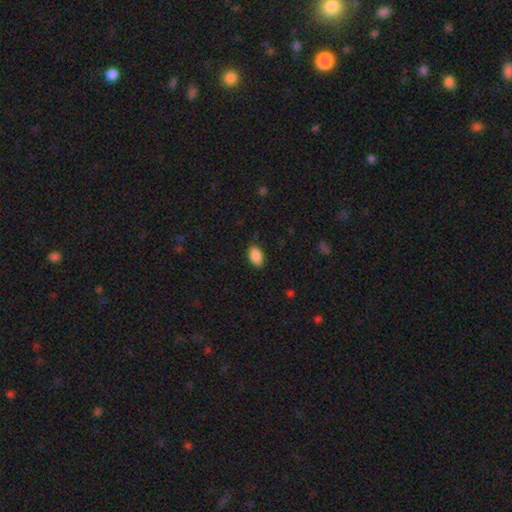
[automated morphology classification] A smooth galaxy with no disk features (89%) that is in between round and cigar-shaped (92%).

Vote fractions:
- Smooth or featured? smooth: 89% / star or artifact: 7% / featured or disk: 4%
- How rounded? in between: 92% / round: 6% / cigar-shaped: 2%
- Merging? none: 84% / minor disturbance: 12% / major disturbance: 3% / merger: 1%